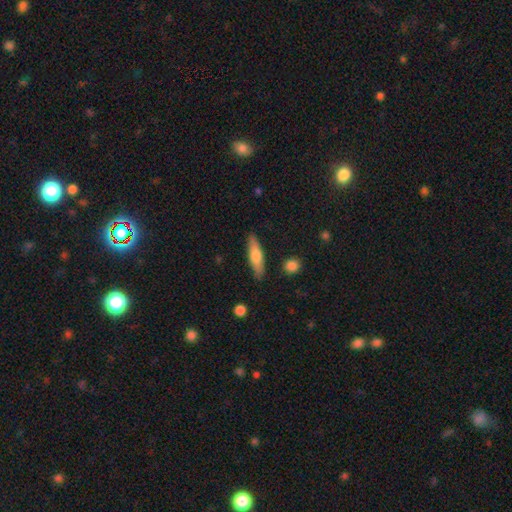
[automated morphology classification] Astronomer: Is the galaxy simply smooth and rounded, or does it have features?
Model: smooth — 65%.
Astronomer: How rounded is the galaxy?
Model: cigar-shaped — 69%.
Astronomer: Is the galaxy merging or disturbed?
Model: none — 87%.